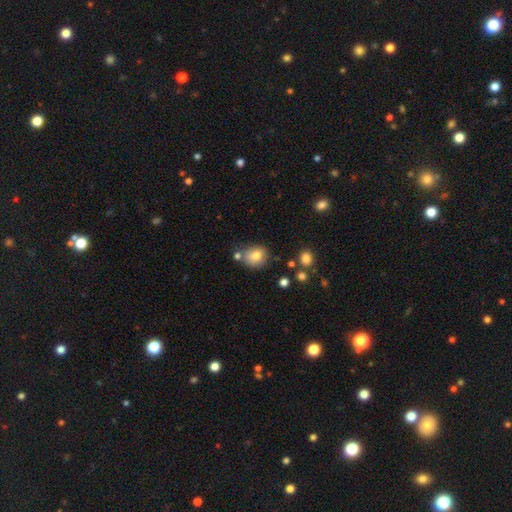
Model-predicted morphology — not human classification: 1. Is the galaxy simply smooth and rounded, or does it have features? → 78% smooth, 11% featured or disk, 11% star or artifact.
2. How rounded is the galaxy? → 69% round, 30% in between, 1% cigar-shaped.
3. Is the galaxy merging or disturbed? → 67% none, 17% minor disturbance, 12% merger, 5% major disturbance.